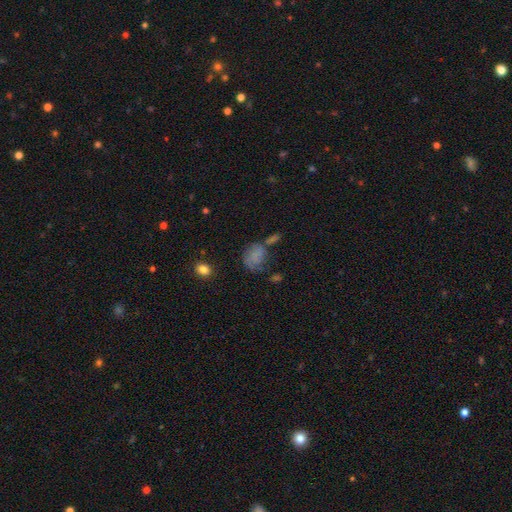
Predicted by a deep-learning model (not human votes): A smooth galaxy with no disk features (63%) that is in between round and cigar-shaped (62%). Merging: none (40%).